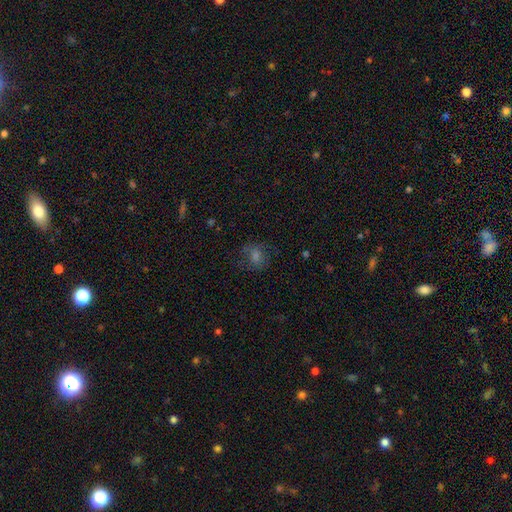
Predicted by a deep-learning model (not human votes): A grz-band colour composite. It shows a smooth galaxy with no disk features (50%) that is round (64%). Merging: none (69%).